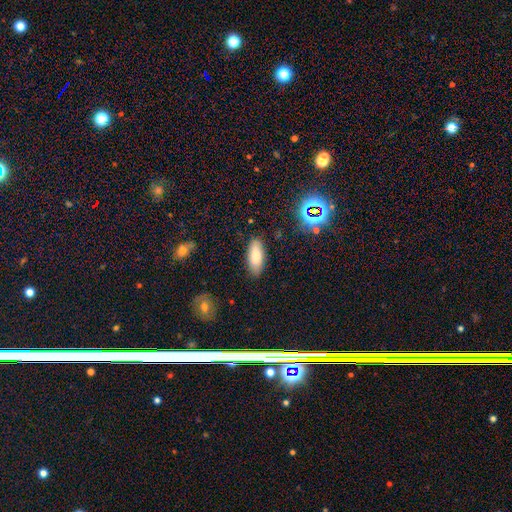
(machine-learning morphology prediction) Q: Smooth or featured?
A: smooth (82%); runner-up: featured or disk (11%)
Q: How rounded?
A: in between (81%); runner-up: cigar-shaped (17%)
Q: Merging?
A: none (85%); runner-up: minor disturbance (11%)